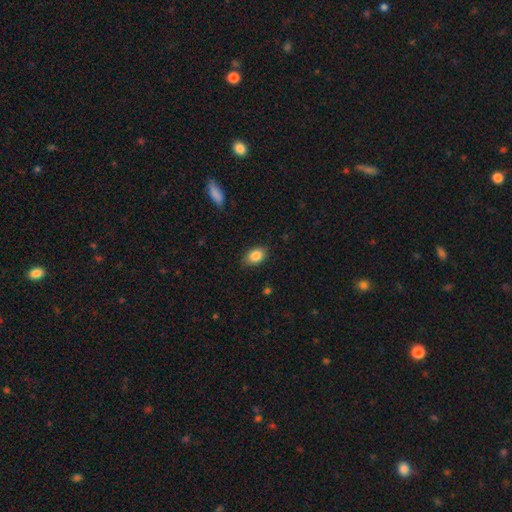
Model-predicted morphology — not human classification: type=smooth (86%); roundness=in between (78%); merging=none (82%).